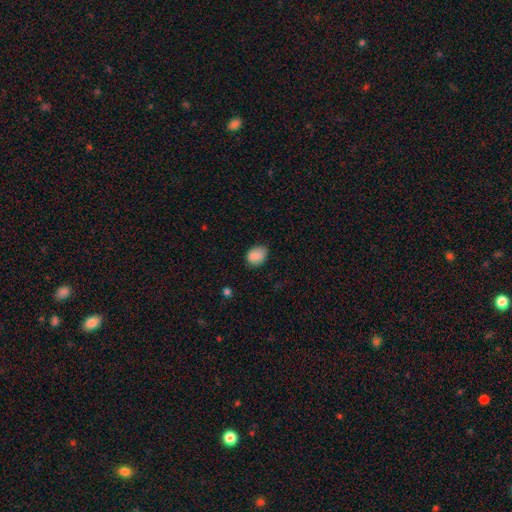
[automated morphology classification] smooth 88%, star or artifact 8%, featured or disk 4%. Down the decision tree: how rounded — in between (64%); merging — none (71%).